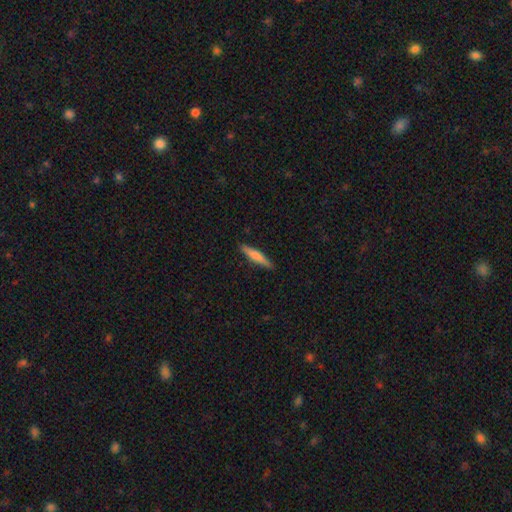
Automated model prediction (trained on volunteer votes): Smooth or featured? smooth (70%)
How rounded? cigar-shaped (90%)
Merging? none (88%)